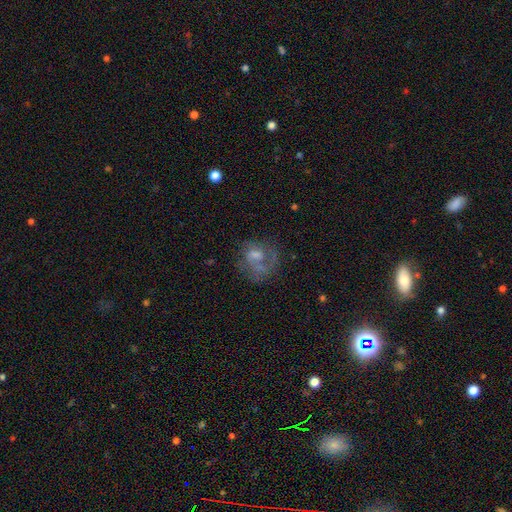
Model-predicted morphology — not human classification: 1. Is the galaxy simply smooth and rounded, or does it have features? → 57% featured or disk, 27% smooth, 15% star or artifact.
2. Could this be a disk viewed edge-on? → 97% no, 3% yes.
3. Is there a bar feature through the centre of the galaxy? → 66% no, 28% weak, 5% strong.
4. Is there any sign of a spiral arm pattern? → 60% yes, 40% no.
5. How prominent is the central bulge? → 39% moderate, 32% small, 21% none, 7% large, 2% dominant.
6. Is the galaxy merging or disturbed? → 50% none, 28% major disturbance, 18% minor disturbance, 4% merger.